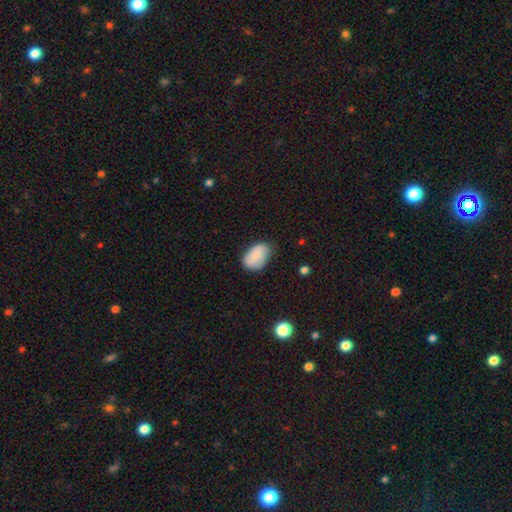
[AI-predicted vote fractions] The model was most divided on "merging": none: 62%, minor disturbance: 30%, major disturbance: 6%, merger: 2%. More confident: how rounded — in between (85%); smooth or featured — smooth (78%).